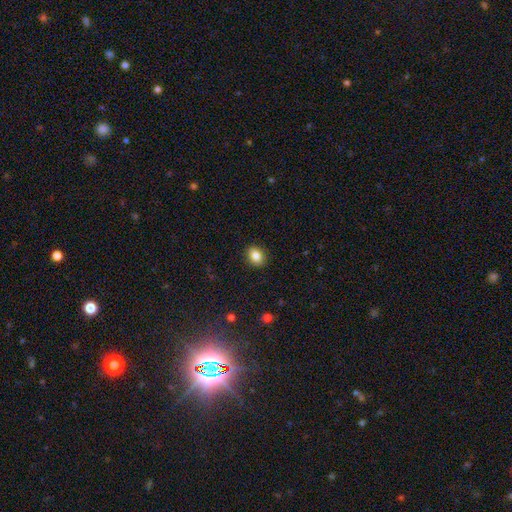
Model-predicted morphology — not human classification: This is clearly a smooth galaxy (85%). How rounded: possibly in between (54%). Merging: clearly none (90%).